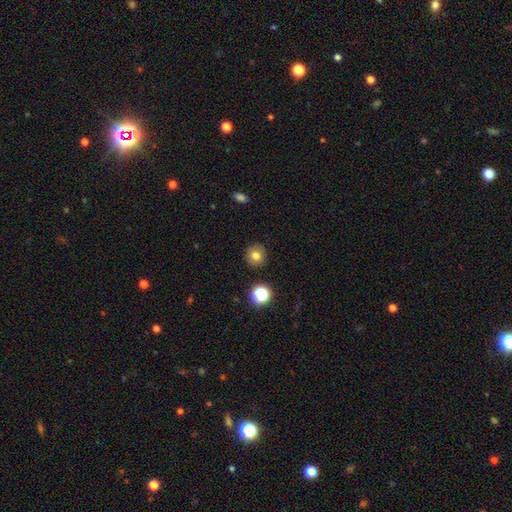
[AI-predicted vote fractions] Morphology: type=smooth (78%); roundness=round (94%); merging=none (91%).